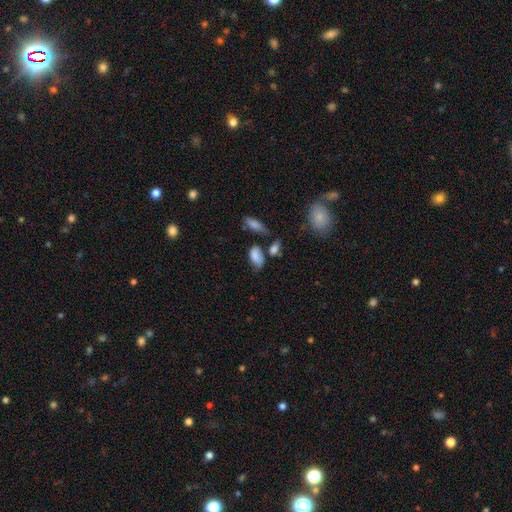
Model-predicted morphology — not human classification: Smooth or featured: smooth — 80% (featured or disk — 11%)
How rounded: in between — 91% (round — 6%)
Merging: none — 53% (minor disturbance — 24%)